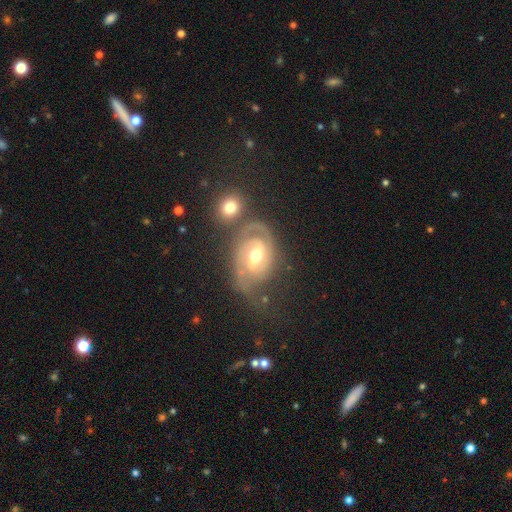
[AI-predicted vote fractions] featured or disk 86%, smooth 8%, star or artifact 6%. Down the decision tree: edge-on disk — no (97%); bar — weak (48%); spiral arms — yes (95%); spiral arm count — 2 (71%); spiral winding — tight (56%); bulge size — moderate (69%); merging — none (47%).